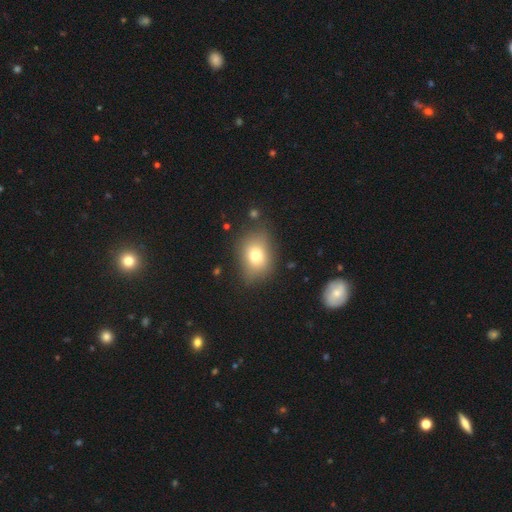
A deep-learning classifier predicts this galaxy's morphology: Smooth or featured?
  - smooth: 75% *
  - featured or disk: 14%
  - star or artifact: 11%
How rounded?
  - in between: 66% *
  - round: 33%
  - cigar-shaped: 1%
Merging?
  - none: 76% *
  - minor disturbance: 16%
  - major disturbance: 6%
  - merger: 3%